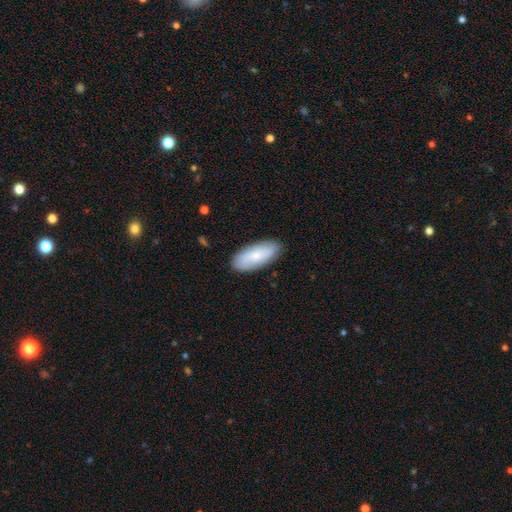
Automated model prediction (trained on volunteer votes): A smooth galaxy with no disk features (72%) that is in between round and cigar-shaped (86%). Merging: none (87%).